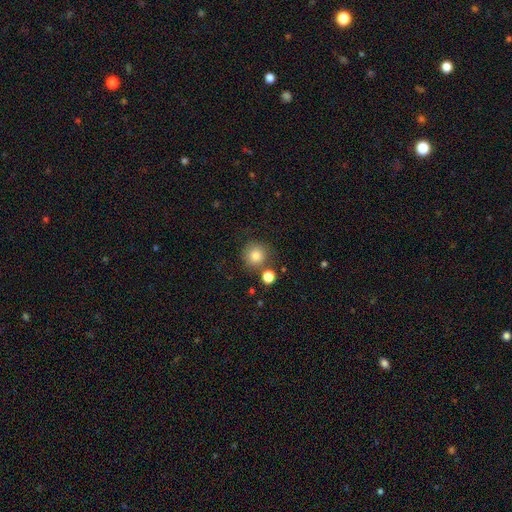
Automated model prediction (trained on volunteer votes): Smooth or featured? smooth (83%)
How rounded? round (93%)
Merging? none (76%)